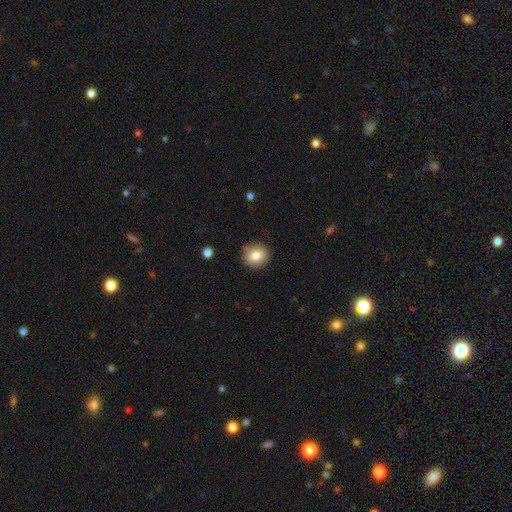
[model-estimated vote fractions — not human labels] Morphology: type=smooth (79%); roundness=round (82%); merging=none (85%).